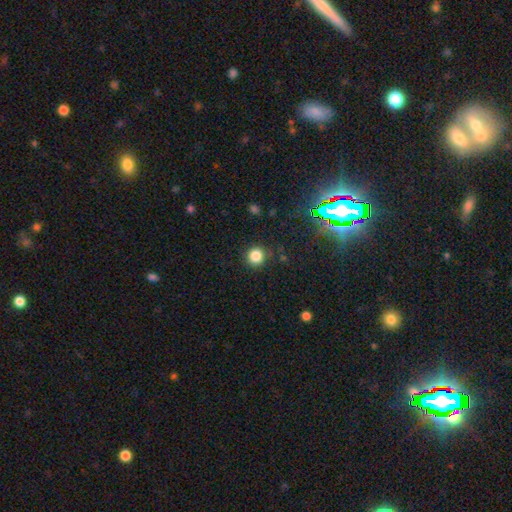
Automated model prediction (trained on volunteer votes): Smooth or featured? Predicted: smooth (p=0.82). How rounded? Predicted: round (p=0.94). Merging? Predicted: none (p=0.88).